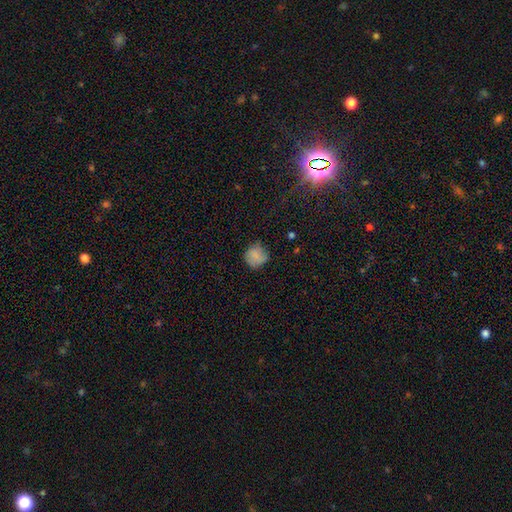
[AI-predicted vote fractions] smooth-or-featured: smooth: 76% | featured or disk: 14% | star or artifact: 10%
  how-rounded: round: 84% | in between: 15% | cigar-shaped: 1%
  merging: none: 66% | minor disturbance: 24% | major disturbance: 8% | merger: 2%